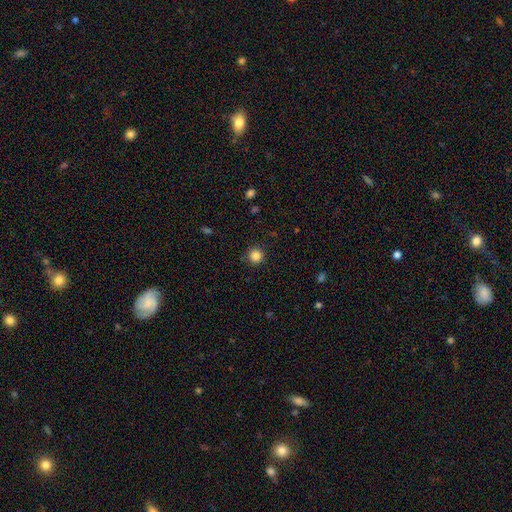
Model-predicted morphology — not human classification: Overall: smooth (85%). How rounded: round (95%). Merging: none (91%).